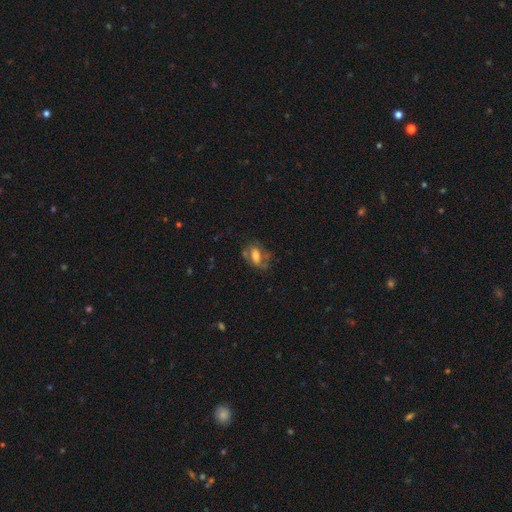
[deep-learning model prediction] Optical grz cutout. It shows a featured or disk galaxy (52%). Merging: none (50%).